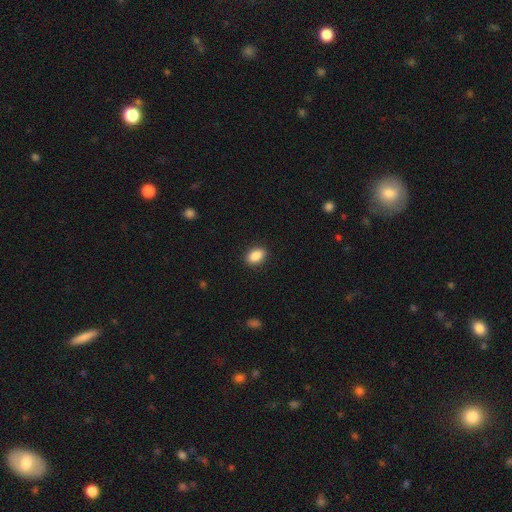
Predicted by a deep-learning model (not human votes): A smooth galaxy with no disk features (88%) that is in between round and cigar-shaped (85%).

Vote fractions:
- Smooth or featured? smooth: 88% / star or artifact: 8% / featured or disk: 4%
- How rounded? in between: 85% / round: 13% / cigar-shaped: 2%
- Merging? none: 90% / minor disturbance: 7% / major disturbance: 2% / merger: 1%